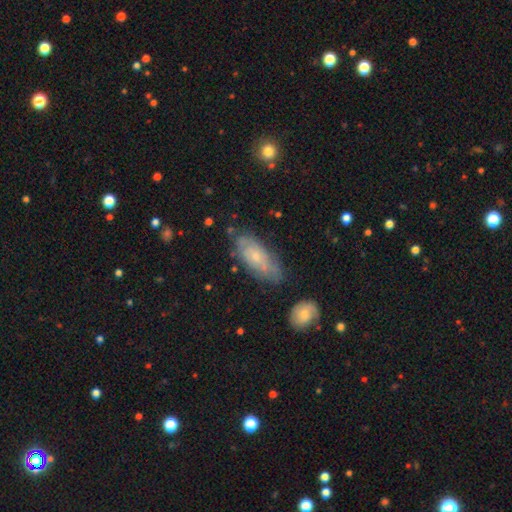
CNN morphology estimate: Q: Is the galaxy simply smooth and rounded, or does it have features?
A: featured or disk — 54%.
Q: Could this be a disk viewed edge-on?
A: no — 88%.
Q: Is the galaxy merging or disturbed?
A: none — 62%.